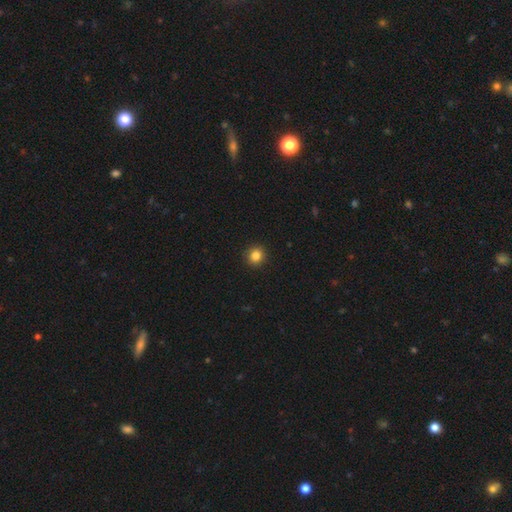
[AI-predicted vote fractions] Smooth or featured? Predicted: smooth (p=0.84). How rounded? Predicted: round (p=0.91). Merging? Predicted: none (p=0.92).